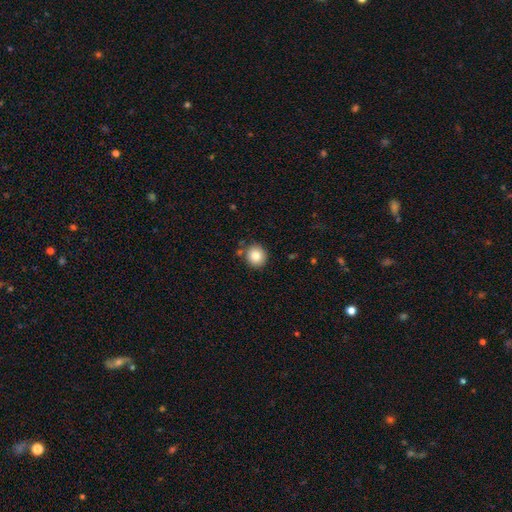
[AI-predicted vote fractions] smooth_or_featured: smooth (p=0.83) [alt: star or artifact p=0.10]
how_rounded: round (p=0.90) [alt: in between p=0.09]
merging: none (p=0.83) [alt: minor disturbance p=0.10]